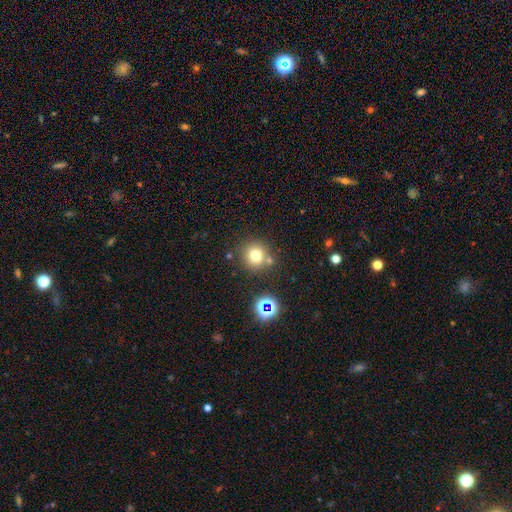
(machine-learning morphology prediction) Smooth or featured? smooth (74%)
How rounded? round (92%)
Merging? none (76%)